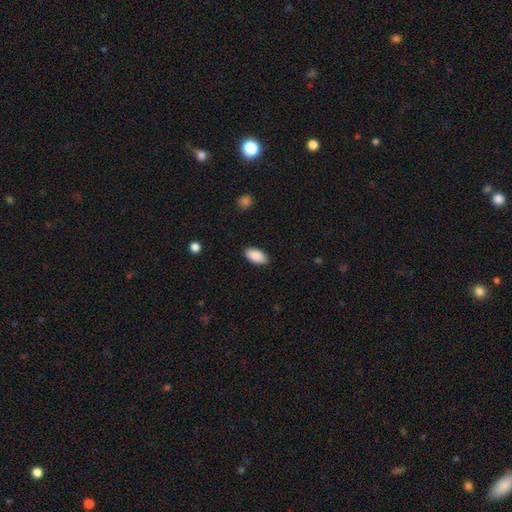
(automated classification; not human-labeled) Smooth or featured: smooth — 90% (star or artifact — 6%)
How rounded: in between — 94% (cigar-shaped — 4%)
Merging: none — 87% (minor disturbance — 10%)